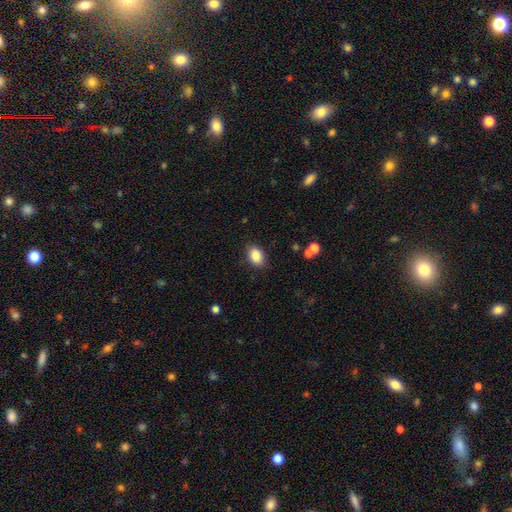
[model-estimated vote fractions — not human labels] smooth-or-featured: smooth: 86% | star or artifact: 8% | featured or disk: 5%
  how-rounded: in between: 82% | round: 17% | cigar-shaped: 1%
  merging: none: 86% | minor disturbance: 10% | major disturbance: 3% | merger: 1%